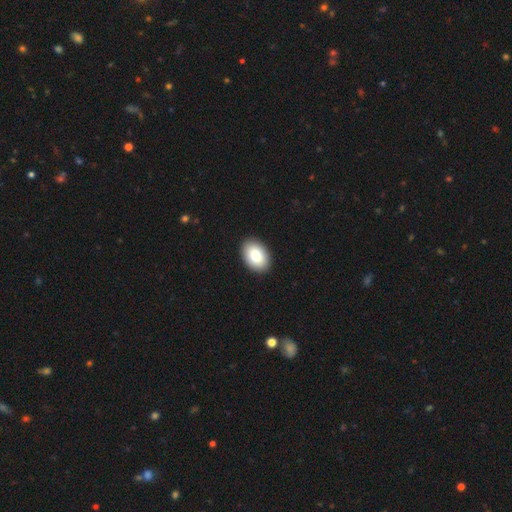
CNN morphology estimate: smooth-or-featured: smooth: 82% | featured or disk: 11% | star or artifact: 7%
  how-rounded: in between: 86% | round: 13% | cigar-shaped: 1%
  merging: none: 91% | minor disturbance: 6% | major disturbance: 2% | merger: 1%